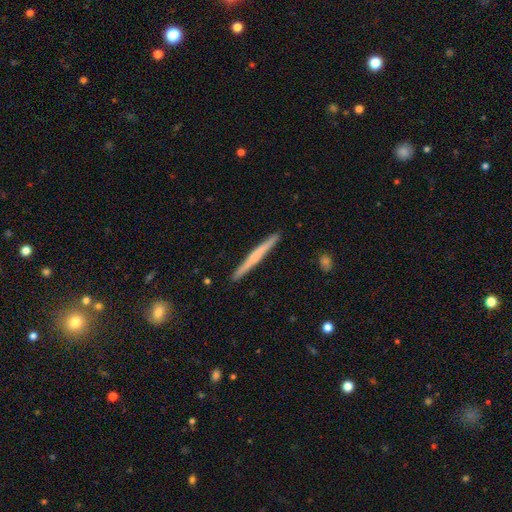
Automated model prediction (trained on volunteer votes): The model was most divided on "smooth or featured": featured or disk: 51%, smooth: 44%, star or artifact: 6%. More confident: edge-on disk — yes (98%); merging — none (91%).